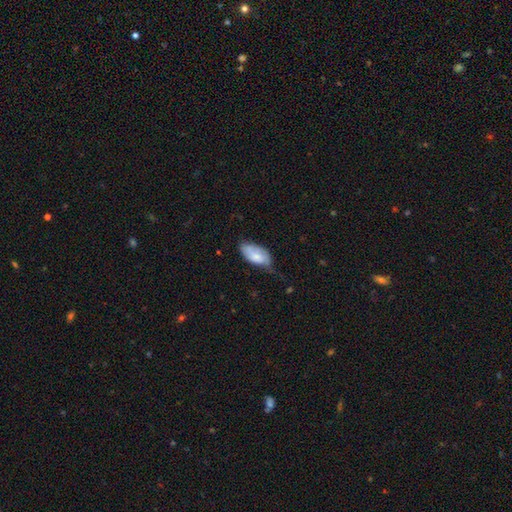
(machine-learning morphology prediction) Q: Smooth or featured?
A: smooth (74%); runner-up: featured or disk (20%)
Q: How rounded?
A: in between (93%); runner-up: cigar-shaped (4%)
Q: Merging?
A: minor disturbance (46%); runner-up: none (38%)